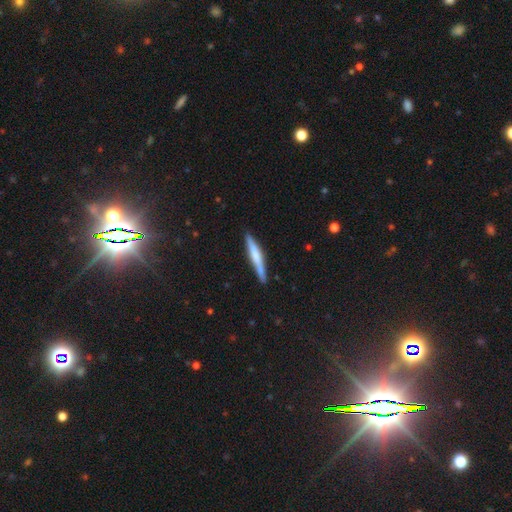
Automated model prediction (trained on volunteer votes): smooth-or-featured: smooth: 49% | featured or disk: 46% | star or artifact: 6%
  merging: none: 87% | minor disturbance: 10% | major disturbance: 2% | merger: 1%